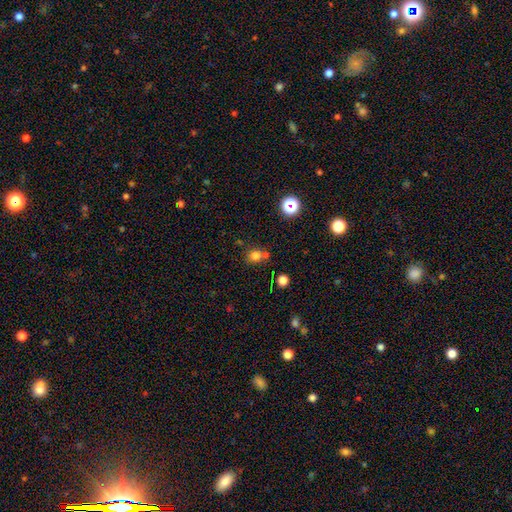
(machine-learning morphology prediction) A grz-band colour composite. It shows a smooth galaxy with no disk features (74%) that is round (83%). Merging: none (60%).